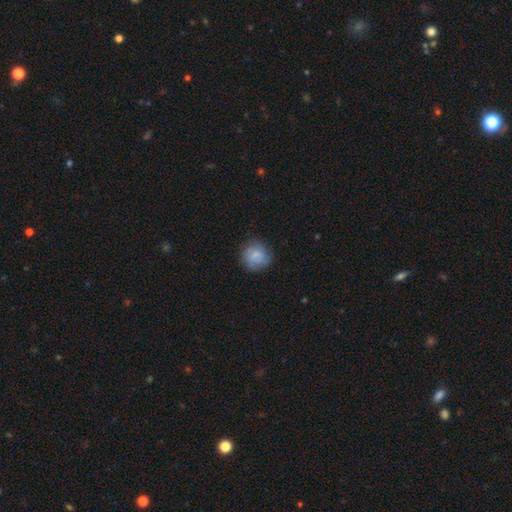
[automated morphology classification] smooth_or_featured: smooth (p=0.77) [alt: featured or disk p=0.15]
how_rounded: round (p=0.89) [alt: in between p=0.10]
merging: none (p=0.78) [alt: minor disturbance p=0.16]